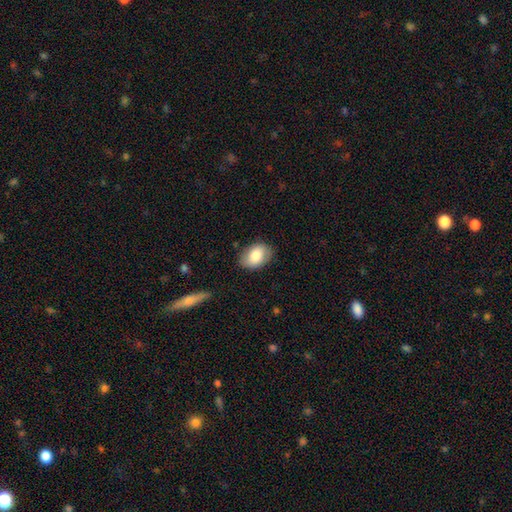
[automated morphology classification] This is likely a smooth galaxy (80%). How rounded: clearly in between (85%). Merging: clearly none (82%).